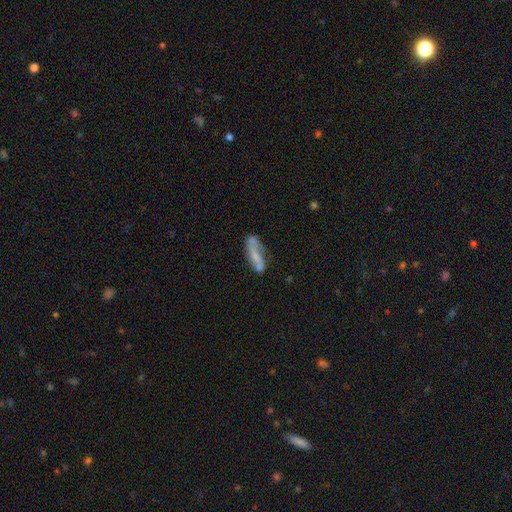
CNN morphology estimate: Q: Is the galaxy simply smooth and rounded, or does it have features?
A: featured or disk — 51%.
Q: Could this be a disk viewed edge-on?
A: no — 80%.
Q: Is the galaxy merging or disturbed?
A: none — 52%.